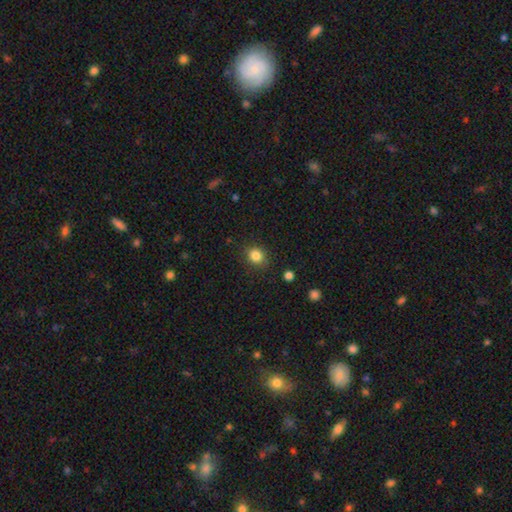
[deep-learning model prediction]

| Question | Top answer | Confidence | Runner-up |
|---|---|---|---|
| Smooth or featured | smooth | 84% | star or artifact (12%) |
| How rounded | round | 78% | in between (21%) |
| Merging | none | 88% | minor disturbance (8%) |